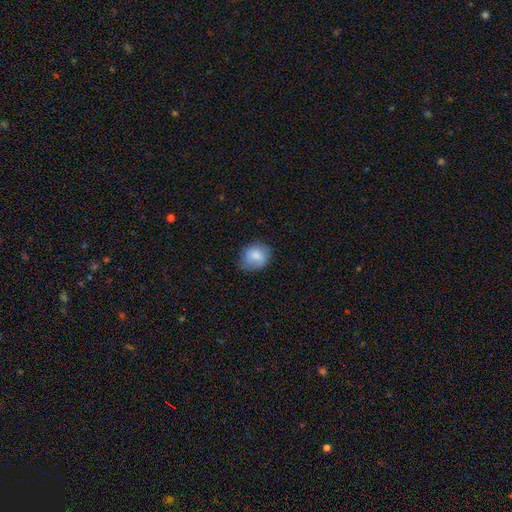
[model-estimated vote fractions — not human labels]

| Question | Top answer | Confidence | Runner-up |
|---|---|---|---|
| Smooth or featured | smooth | 82% | featured or disk (11%) |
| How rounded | round | 59% | in between (40%) |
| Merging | none | 65% | minor disturbance (28%) |